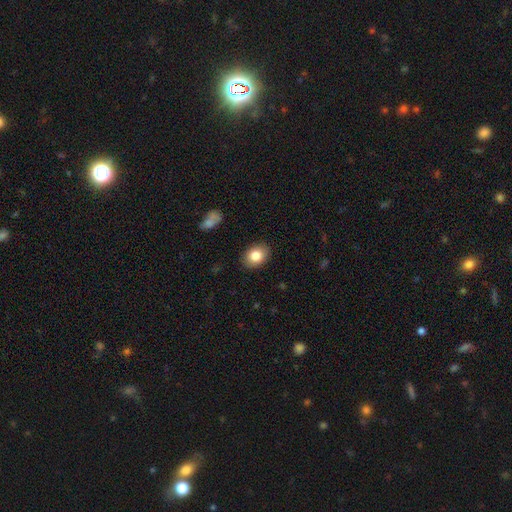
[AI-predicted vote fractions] Q: Smooth or featured?
A: smooth (84%); runner-up: featured or disk (8%)
Q: How rounded?
A: in between (67%); runner-up: round (32%)
Q: Merging?
A: none (88%); runner-up: minor disturbance (9%)